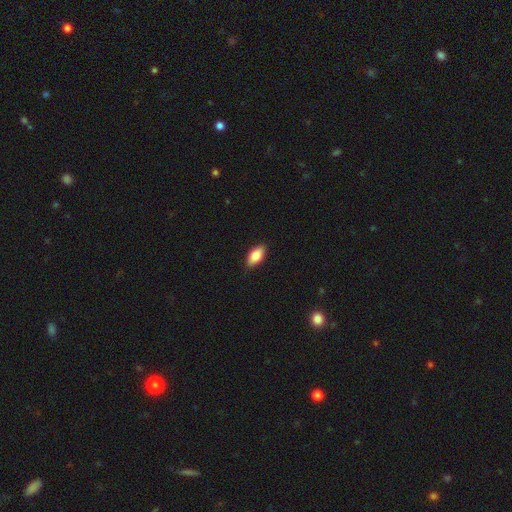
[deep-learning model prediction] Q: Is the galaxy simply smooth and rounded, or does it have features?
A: smooth — 83%.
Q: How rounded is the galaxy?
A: in between — 91%.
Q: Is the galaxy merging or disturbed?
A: none — 87%.